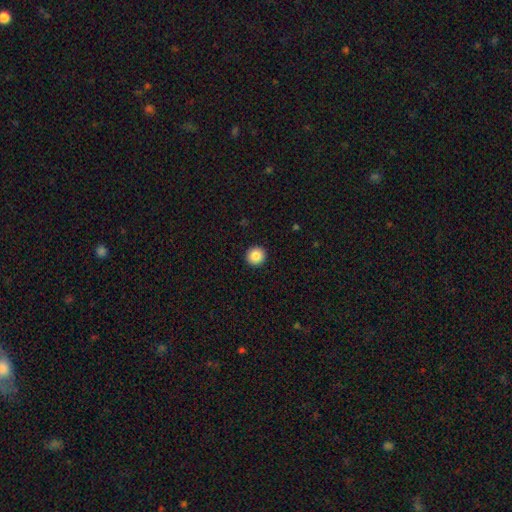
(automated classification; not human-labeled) Smooth or featured?
  - smooth: 86% *
  - star or artifact: 9%
  - featured or disk: 5%
How rounded?
  - round: 93% *
  - in between: 6%
  - cigar-shaped: 1%
Merging?
  - none: 93% *
  - minor disturbance: 4%
  - major disturbance: 1%
  - merger: 1%